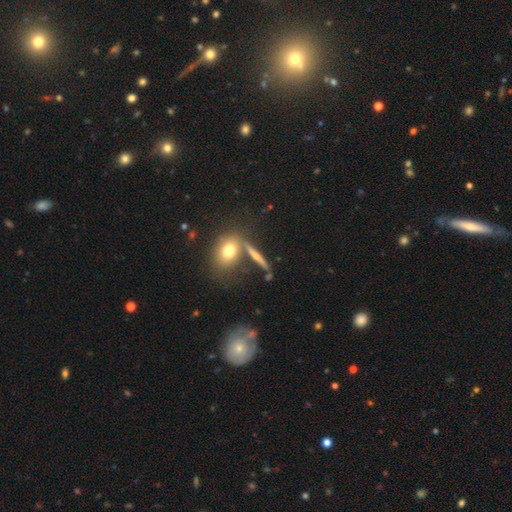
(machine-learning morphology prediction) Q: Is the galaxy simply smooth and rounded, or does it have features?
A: smooth — 50%.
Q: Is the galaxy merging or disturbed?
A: none — 72%.